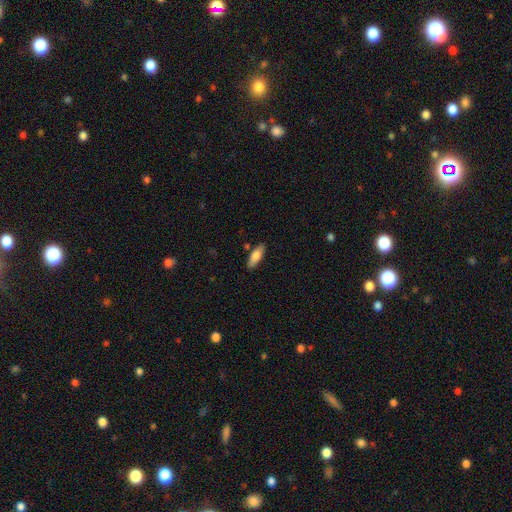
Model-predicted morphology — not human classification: smooth-or-featured: smooth: 78% | featured or disk: 16% | star or artifact: 6%
  how-rounded: in between: 62% | cigar-shaped: 36% | round: 2%
  merging: none: 84% | minor disturbance: 11% | merger: 3% | major disturbance: 2%